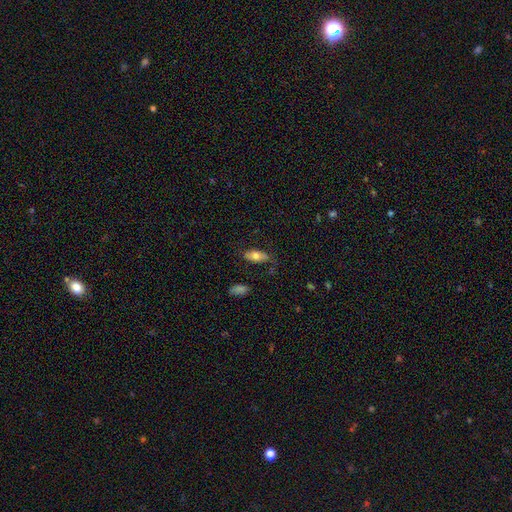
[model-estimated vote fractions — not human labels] smooth_or_featured: smooth (p=0.72) [alt: featured or disk p=0.21]
how_rounded: in between (p=0.88) [alt: cigar-shaped p=0.09]
merging: none (p=0.75) [alt: minor disturbance p=0.18]